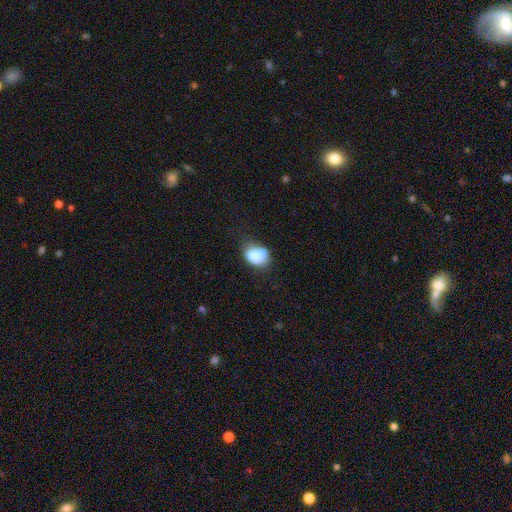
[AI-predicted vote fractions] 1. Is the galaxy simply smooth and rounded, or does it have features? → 84% smooth, 8% star or artifact, 7% featured or disk.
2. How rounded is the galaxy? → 67% in between, 32% round, 1% cigar-shaped.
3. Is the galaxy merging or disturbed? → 46% none, 38% minor disturbance, 12% major disturbance, 4% merger.